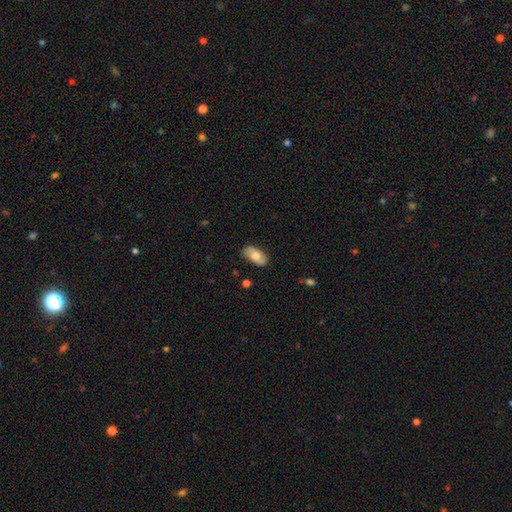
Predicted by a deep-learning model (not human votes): smooth_or_featured: smooth (p=0.57) [alt: featured or disk p=0.37]
how_rounded: in between (p=0.93) [alt: round p=0.04]
merging: none (p=0.82) [alt: minor disturbance p=0.14]